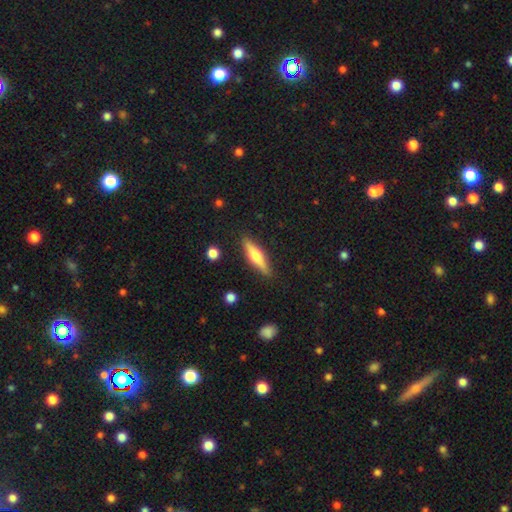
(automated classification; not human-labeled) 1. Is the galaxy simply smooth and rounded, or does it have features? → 53% featured or disk, 41% smooth, 6% star or artifact.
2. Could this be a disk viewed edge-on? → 94% yes, 6% no.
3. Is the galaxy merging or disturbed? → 89% none, 8% minor disturbance, 2% major disturbance, 1% merger.